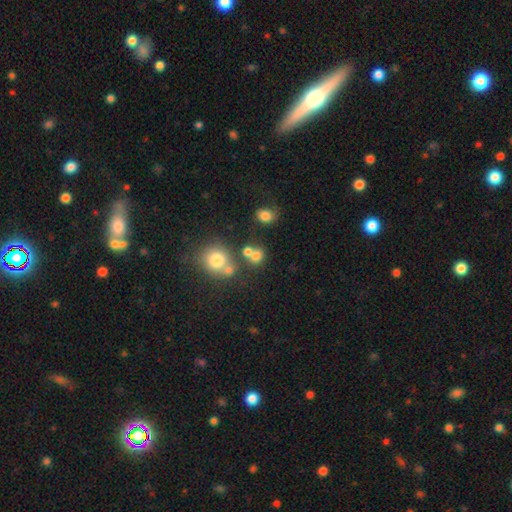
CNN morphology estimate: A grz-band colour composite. It shows a smooth galaxy with no disk features (72%) that is round (79%). Merging: none (50%).